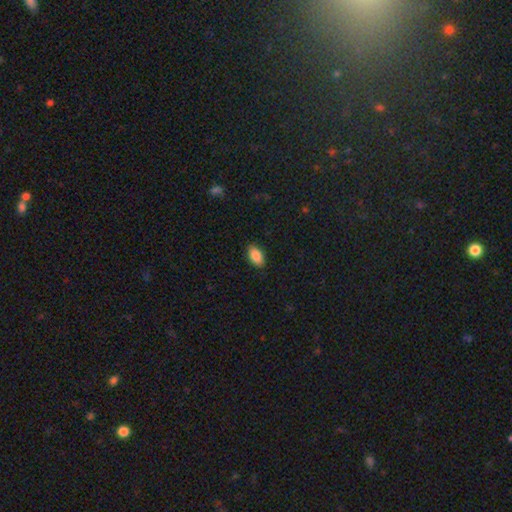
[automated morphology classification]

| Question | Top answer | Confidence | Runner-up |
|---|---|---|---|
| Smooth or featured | smooth | 88% | star or artifact (7%) |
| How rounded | in between | 93% | round (4%) |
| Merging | none | 88% | minor disturbance (9%) |